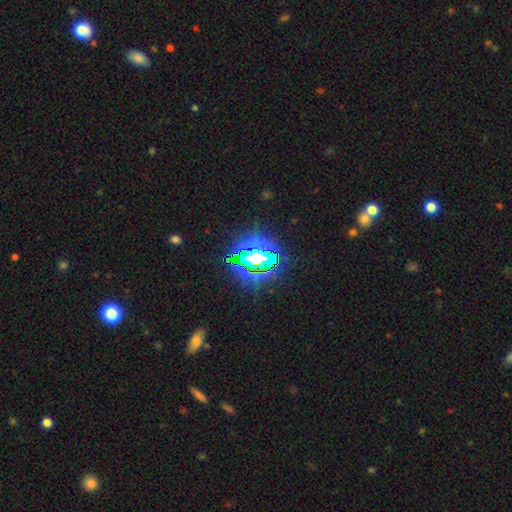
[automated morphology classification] Q: Smooth or featured?
A: star or artifact (69%); runner-up: smooth (17%)